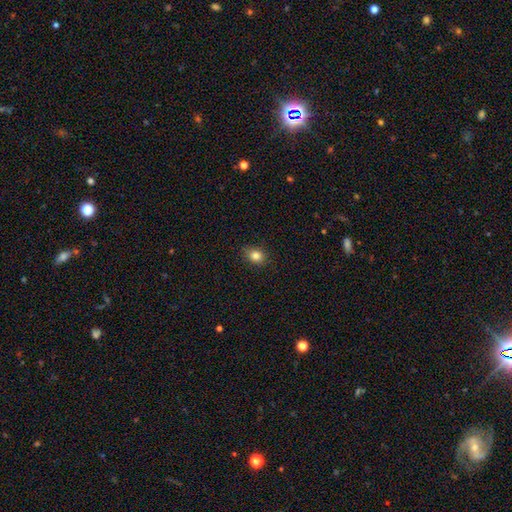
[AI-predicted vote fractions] Smooth or featured?
  - smooth: 83% *
  - star or artifact: 11%
  - featured or disk: 7%
How rounded?
  - round: 51% *
  - in between: 48%
  - cigar-shaped: 1%
Merging?
  - none: 84% *
  - minor disturbance: 13%
  - major disturbance: 3%
  - merger: 1%